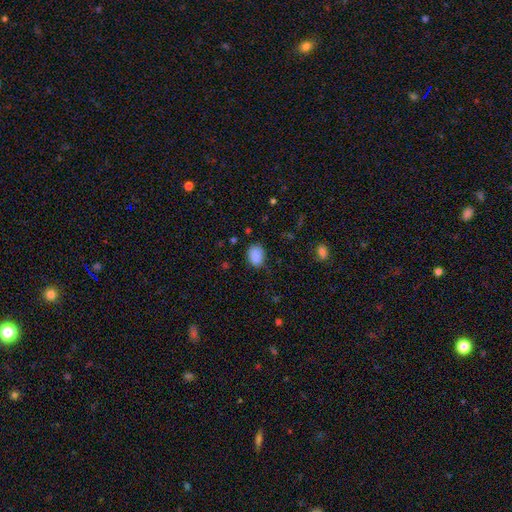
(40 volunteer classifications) smooth_or_featured: smooth (p=0.93) [alt: star or artifact p=0.07]
how_rounded: in between (p=0.59) [alt: round p=0.41]
merging: none (p=0.68) [alt: minor disturbance p=0.22]